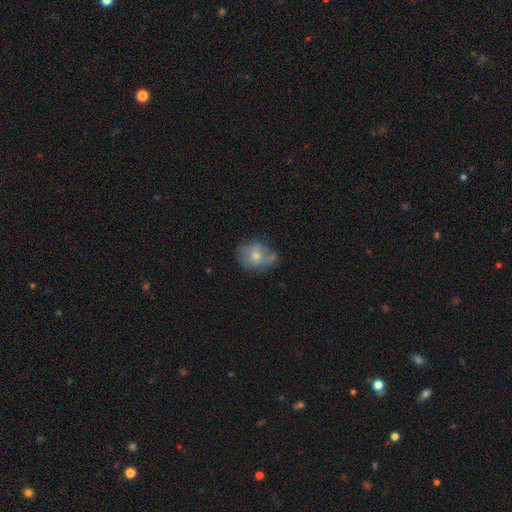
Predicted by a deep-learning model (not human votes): A smooth galaxy with no disk features (59%) that is round (54%).

Vote fractions:
- Smooth or featured? smooth: 59% / featured or disk: 32% / star or artifact: 8%
- How rounded? round: 54% / in between: 45% / cigar-shaped: 1%
- Merging? none: 51% / minor disturbance: 29% / major disturbance: 11% / merger: 8%